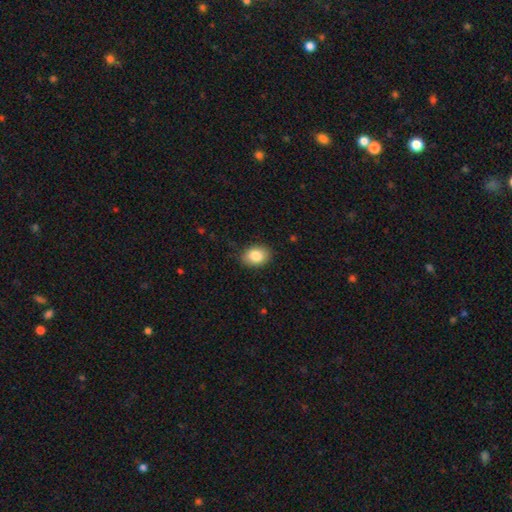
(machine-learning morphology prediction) Smooth or featured?
  - smooth: 85% *
  - star or artifact: 8%
  - featured or disk: 7%
How rounded?
  - in between: 70% *
  - round: 29%
  - cigar-shaped: 1%
Merging?
  - none: 84% *
  - minor disturbance: 12%
  - major disturbance: 3%
  - merger: 1%